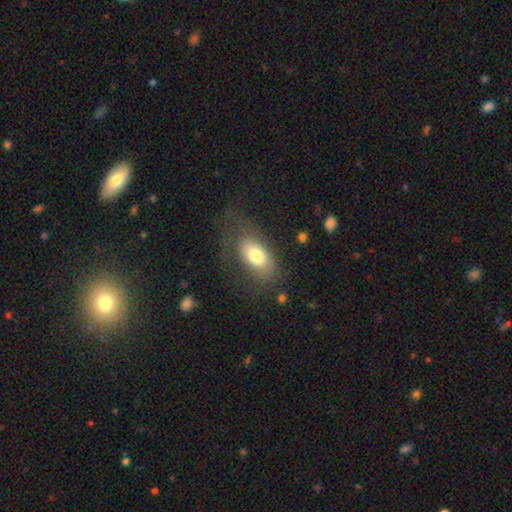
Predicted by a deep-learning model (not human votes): A smooth galaxy with no disk features (70%) that is in between round and cigar-shaped (92%).

Vote fractions:
- Smooth or featured? smooth: 70% / featured or disk: 22% / star or artifact: 7%
- How rounded? in between: 92% / round: 5% / cigar-shaped: 4%
- Merging? none: 58% / minor disturbance: 21% / major disturbance: 20% / merger: 2%